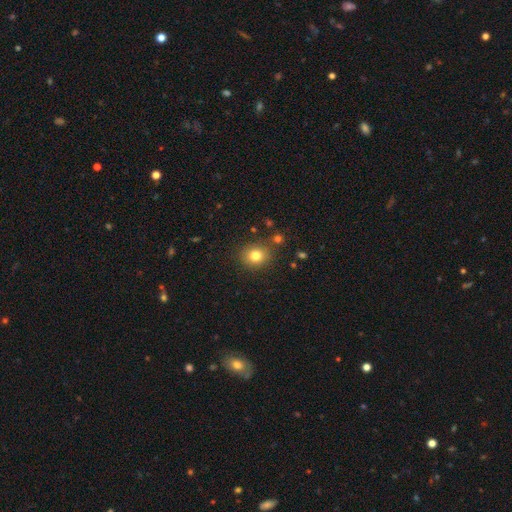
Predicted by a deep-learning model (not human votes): This appears to be a smooth galaxy with no disk features (79%) that is round (70%). Merging: none (82%).